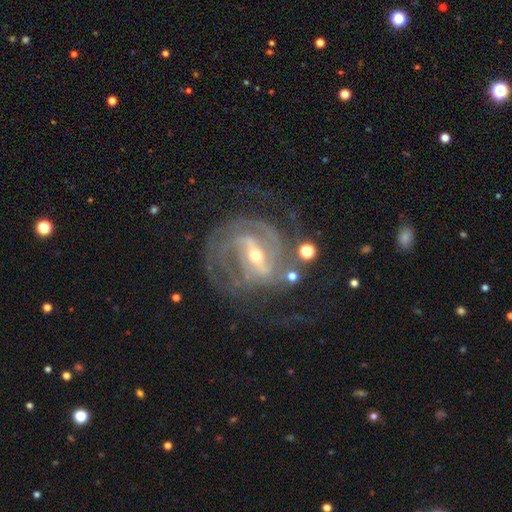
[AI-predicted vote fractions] Smooth or featured: featured or disk — 91% (star or artifact — 6%)
Edge-on disk: no — 96% (yes — 4%)
Bar: strong — 58% (weak — 33%)
Spiral arms: yes — 97% (no — 3%)
Spiral winding: tight — 55% (medium — 37%)
Spiral arm count: 2 — 43% (3 — 22%)
Bulge size: small — 60% (moderate — 37%)
Merging: none — 64% (minor disturbance — 17%)